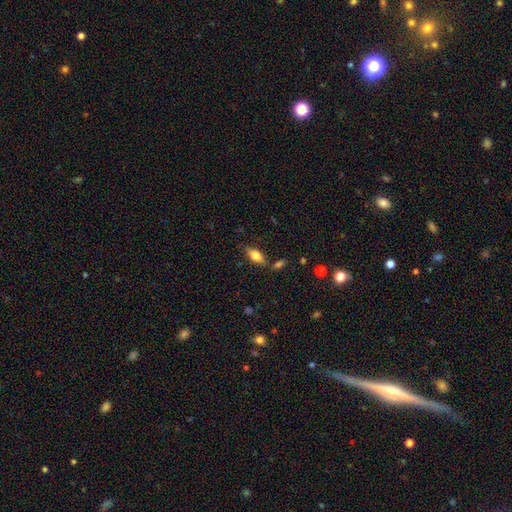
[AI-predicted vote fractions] Q: Smooth or featured?
A: smooth (73%); runner-up: featured or disk (19%)
Q: How rounded?
A: in between (82%); runner-up: cigar-shaped (15%)
Q: Merging?
A: none (73%); runner-up: minor disturbance (15%)